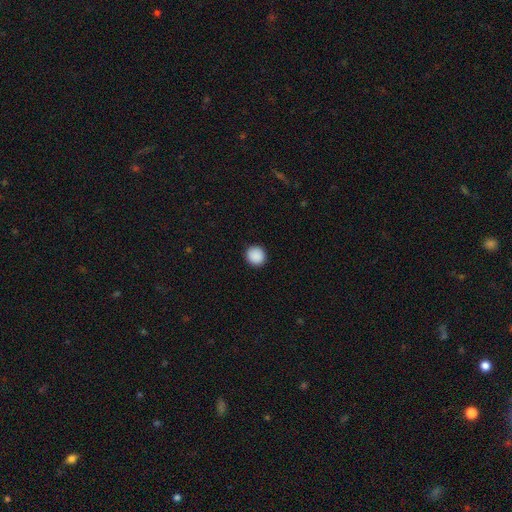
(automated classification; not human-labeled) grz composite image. It shows a smooth galaxy with no disk features (90%) that is round (91%). Merging: none (92%).